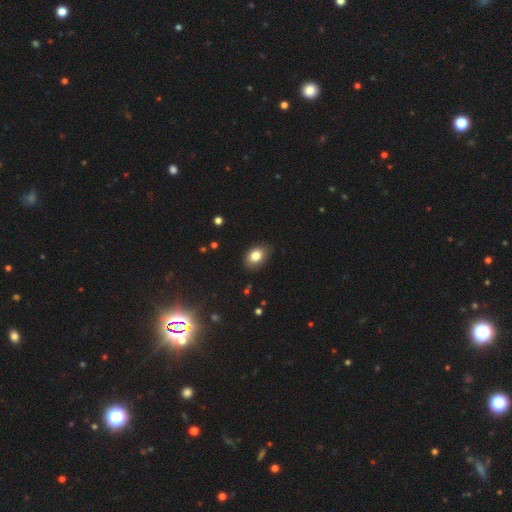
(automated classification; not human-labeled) The model was most divided on "how rounded": in between: 79%, round: 19%, cigar-shaped: 1%. More confident: smooth or featured — smooth (82%); merging — none (81%).